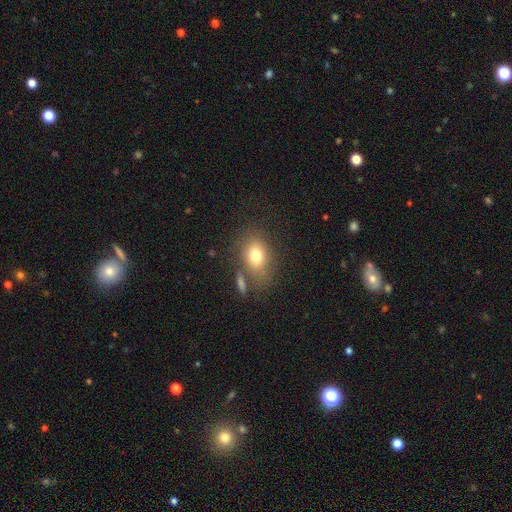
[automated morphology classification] smooth-or-featured: smooth: 75% | featured or disk: 14% | star or artifact: 11%
  how-rounded: in between: 68% | round: 30% | cigar-shaped: 2%
  merging: none: 65% | minor disturbance: 16% | merger: 10% | major disturbance: 8%